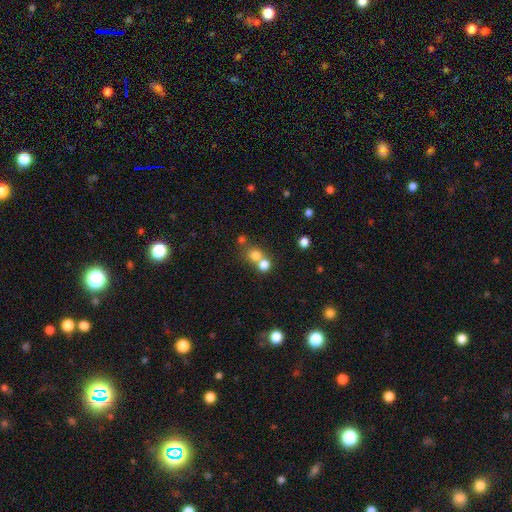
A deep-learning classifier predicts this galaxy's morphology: A smooth galaxy with no disk features (75%) that is round (82%).

Vote fractions:
- Smooth or featured? smooth: 75% / star or artifact: 15% / featured or disk: 10%
- How rounded? round: 82% / in between: 16% / cigar-shaped: 1%
- Merging? merger: 45% (tied) / none: 45% (tied) / minor disturbance: 6% / major disturbance: 3%